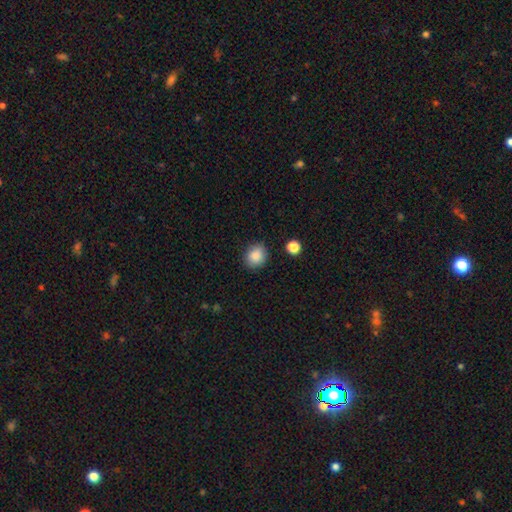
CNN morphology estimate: type=smooth (87%); roundness=round (73%); merging=none (86%).